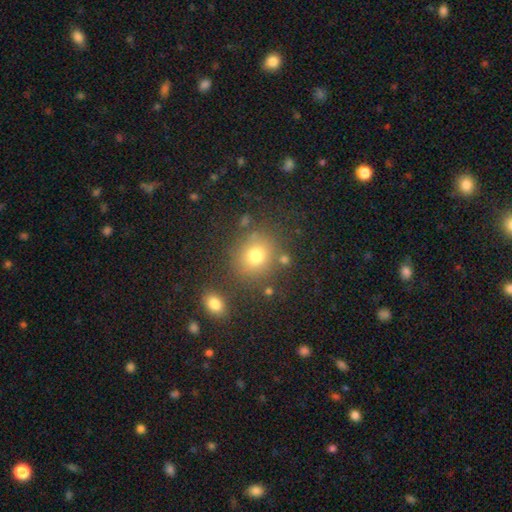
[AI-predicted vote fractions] smooth 76%, star or artifact 15%, featured or disk 10%. Down the decision tree: how rounded — round (78%); merging — none (77%).